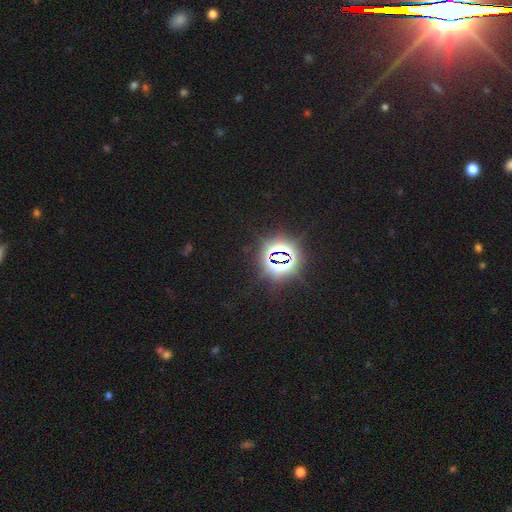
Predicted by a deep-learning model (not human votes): Morphology: type=star or artifact (83%).